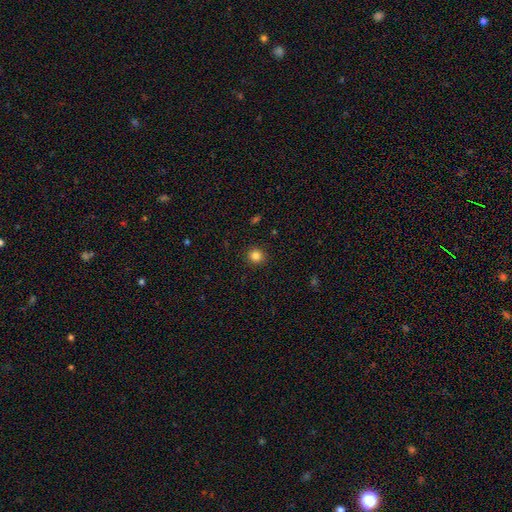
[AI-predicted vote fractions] Morphology: type=smooth (84%); roundness=round (91%); merging=none (92%).